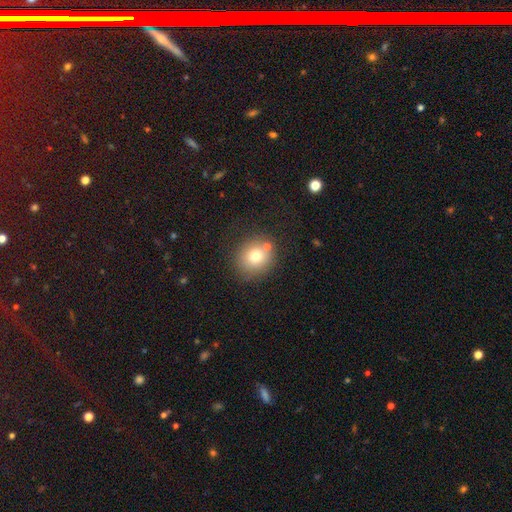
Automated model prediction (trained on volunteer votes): Smooth or featured: smooth — 75% (featured or disk — 13%)
How rounded: round — 78% (in between — 21%)
Merging: none — 74% (minor disturbance — 12%)